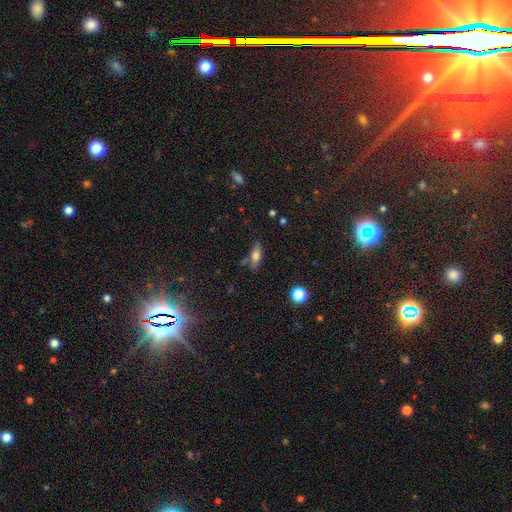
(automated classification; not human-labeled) This appears to be a smooth galaxy with no disk features (65%) that is in between round and cigar-shaped (67%). Merging: none (70%).